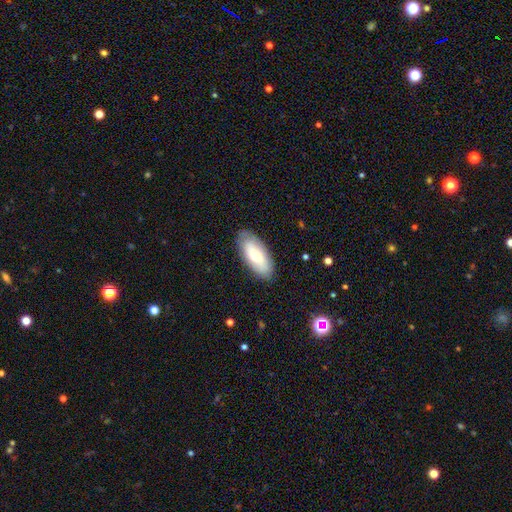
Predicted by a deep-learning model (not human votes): Q: Smooth or featured?
A: smooth (64%); runner-up: featured or disk (30%)
Q: How rounded?
A: in between (87%); runner-up: cigar-shaped (11%)
Q: Merging?
A: none (85%); runner-up: minor disturbance (11%)